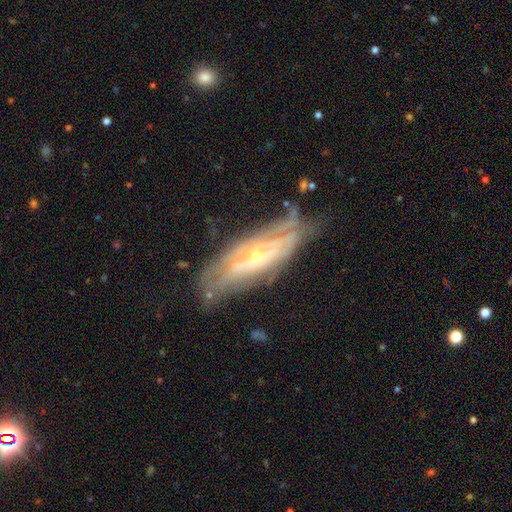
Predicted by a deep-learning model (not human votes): featured or disk 78%, smooth 15%, star or artifact 8%. Down the decision tree: edge-on disk — no (71%); bar — no (63%); spiral arms — yes (75%); bulge size — small (69%); merging — none (60%).